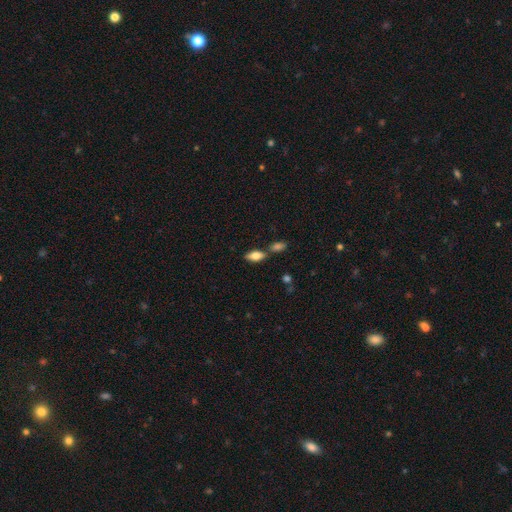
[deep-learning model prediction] Smooth or featured? smooth (73%)
How rounded? in between (84%)
Merging? none (64%)